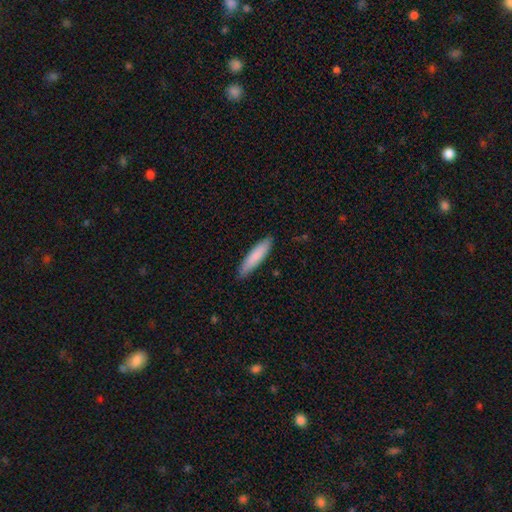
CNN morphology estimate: Smooth or featured: smooth — 83% (featured or disk — 12%)
How rounded: cigar-shaped — 81% (in between — 18%)
Merging: none — 86% (minor disturbance — 11%)